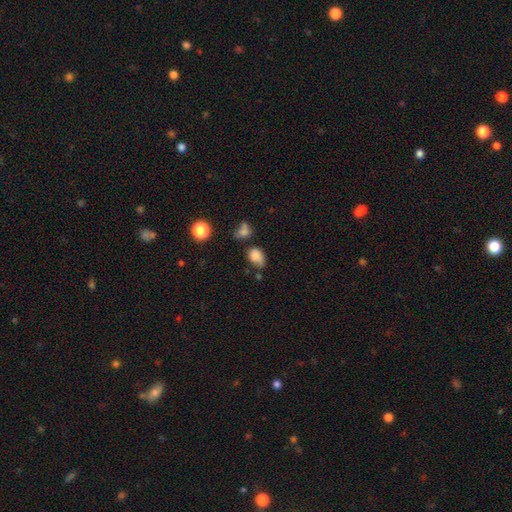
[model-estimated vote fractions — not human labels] Smooth or featured? Predicted: smooth (p=0.80). How rounded? Predicted: in between (p=0.71). Merging? Predicted: none (p=0.40).